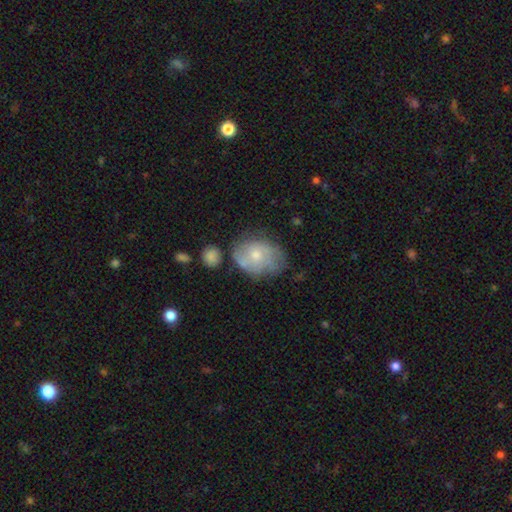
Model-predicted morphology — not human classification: Smooth or featured?
  - featured or disk: 52% *
  - smooth: 41%
  - star or artifact: 7%
Edge-on disk?
  - no: 96% *
  - yes: 4%
Merging?
  - none: 49% *
  - minor disturbance: 29%
  - major disturbance: 14%
  - merger: 7%